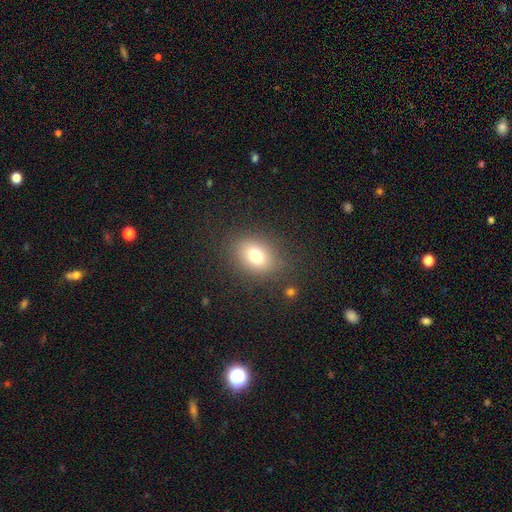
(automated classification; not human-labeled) The model was most divided on "how rounded": in between: 62%, round: 37%, cigar-shaped: 1%. More confident: merging — none (83%); smooth or featured — smooth (75%).